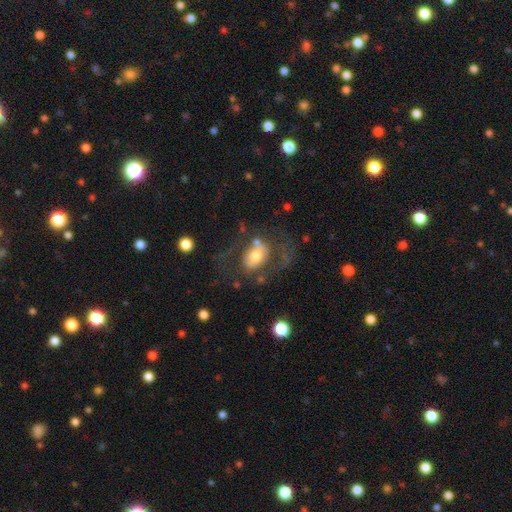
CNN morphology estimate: A featured or disk galaxy (51%).

Vote fractions:
- Smooth or featured? featured or disk: 51% / smooth: 41% / star or artifact: 8%
- Edge-on disk? no: 94% / yes: 6%
- Merging? none: 46% / major disturbance: 28% / minor disturbance: 18% / merger: 8%